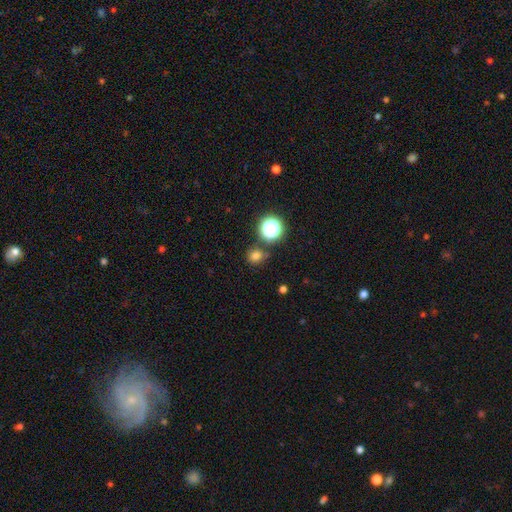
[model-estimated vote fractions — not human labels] smooth-or-featured: smooth: 73% | star or artifact: 21% | featured or disk: 6%
  how-rounded: round: 84% | in between: 15% | cigar-shaped: 1%
  merging: none: 79% | minor disturbance: 10% | merger: 8% | major disturbance: 3%